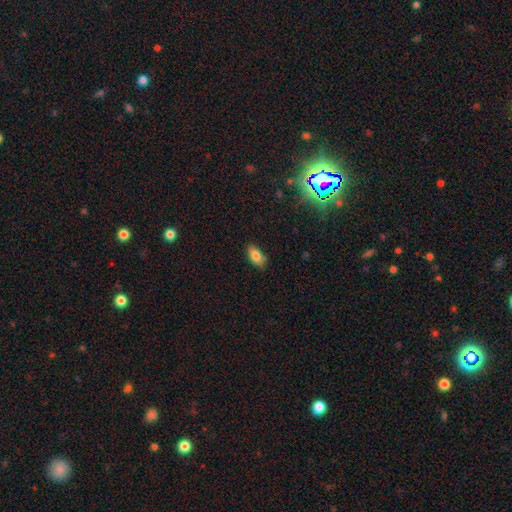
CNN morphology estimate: Smooth or featured?
  - smooth: 81% *
  - featured or disk: 11%
  - star or artifact: 8%
How rounded?
  - in between: 91% *
  - cigar-shaped: 5%
  - round: 4%
Merging?
  - none: 80% *
  - minor disturbance: 15%
  - major disturbance: 3%
  - merger: 2%